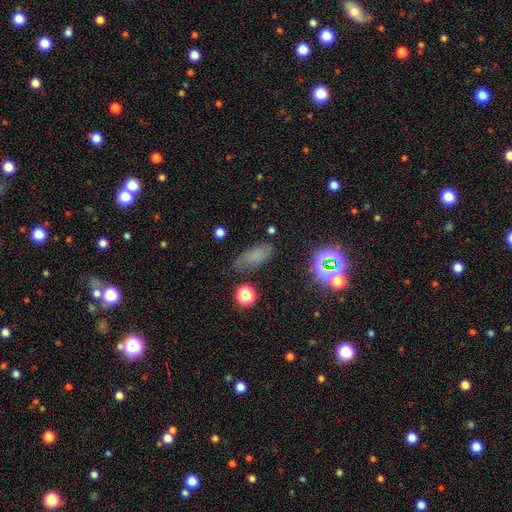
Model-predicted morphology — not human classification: Smooth or featured?
  - smooth: 62% *
  - star or artifact: 21%
  - featured or disk: 16%
How rounded?
  - in between: 80% *
  - cigar-shaped: 12%
  - round: 8%
Merging?
  - none: 66% *
  - minor disturbance: 23%
  - major disturbance: 8%
  - merger: 3%